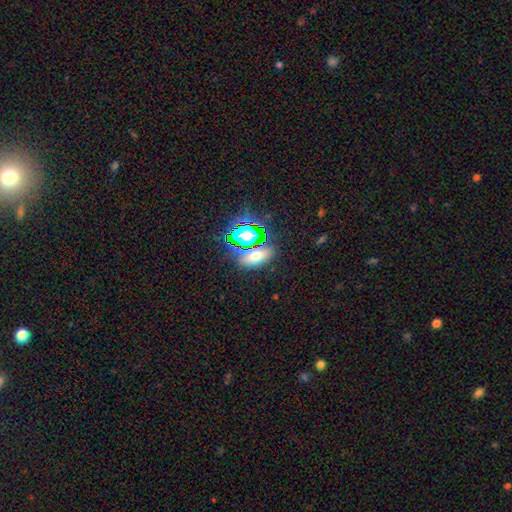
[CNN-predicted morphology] This is possibly a smooth galaxy (56%). How rounded: likely in between (78%). Merging: likely none (75%).